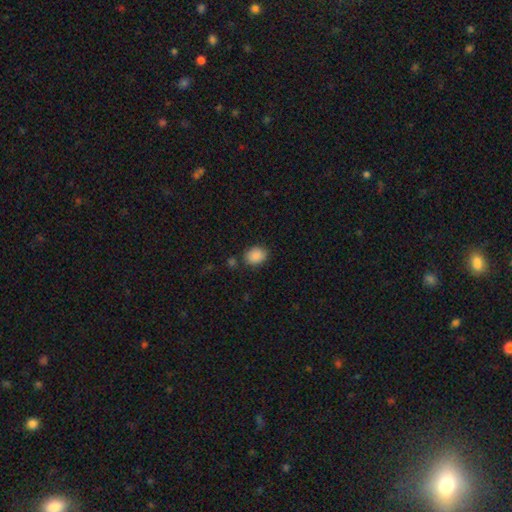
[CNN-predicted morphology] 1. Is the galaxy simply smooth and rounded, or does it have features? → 88% smooth, 8% star or artifact, 3% featured or disk.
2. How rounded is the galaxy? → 51% in between, 48% round, 1% cigar-shaped.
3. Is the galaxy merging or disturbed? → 80% none, 13% minor disturbance, 4% merger, 3% major disturbance.